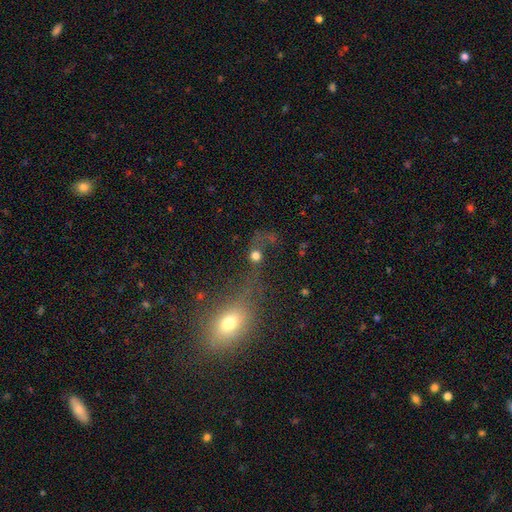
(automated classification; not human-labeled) smooth 57%, star or artifact 24%, featured or disk 19%. Down the decision tree: how rounded — round (80%); merging — none (37%).